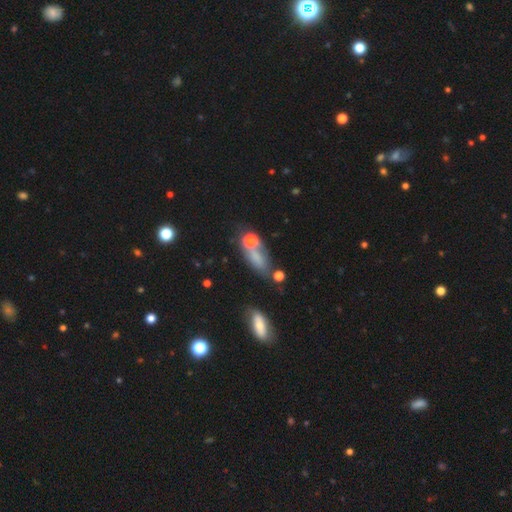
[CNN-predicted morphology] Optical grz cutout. It shows a smooth galaxy with no disk features (62%) that is in between round and cigar-shaped (67%). Merging: none (46%).